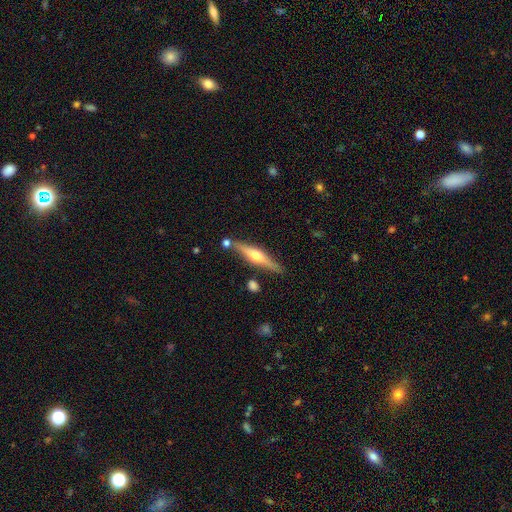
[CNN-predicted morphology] Overall: featured or disk (69%). Edge-on disk: yes (96%). Edge-on bulge: rounded (94%). Merging: none (82%).